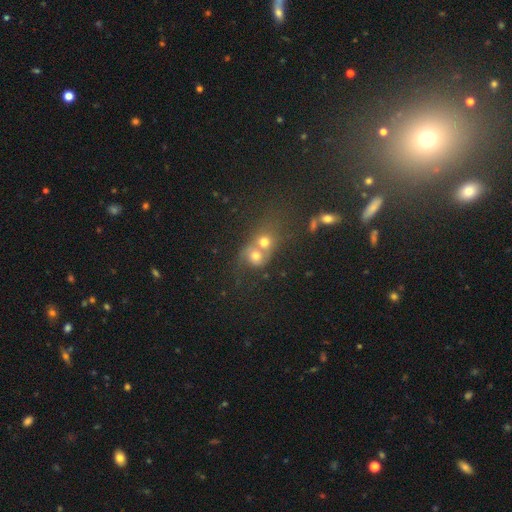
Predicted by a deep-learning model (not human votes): Overall: smooth (61%; featured or disk 24%). How rounded: round (74%). Merging: merger (66%).